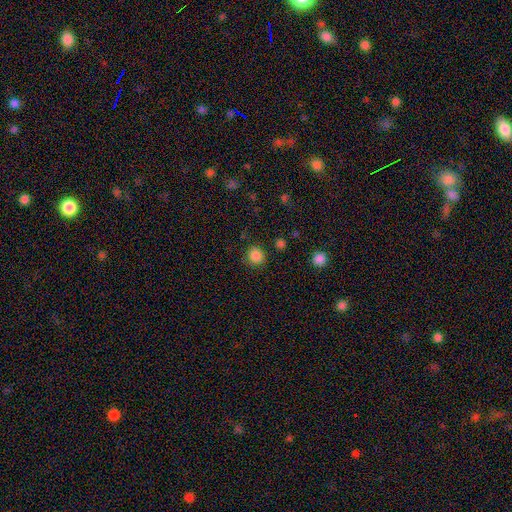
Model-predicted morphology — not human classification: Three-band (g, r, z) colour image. It shows a smooth galaxy with no disk features (86%) that is round (92%). Merging: none (87%).